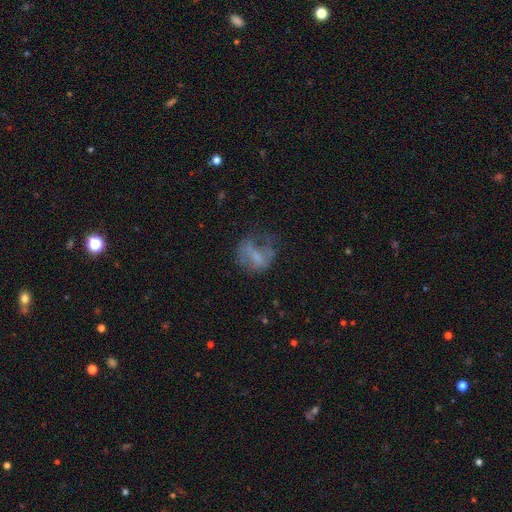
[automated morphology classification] smooth-or-featured: smooth: 45% | featured or disk: 40% | star or artifact: 15%
  merging: major disturbance: 38% | none: 36% | minor disturbance: 23% | merger: 4%